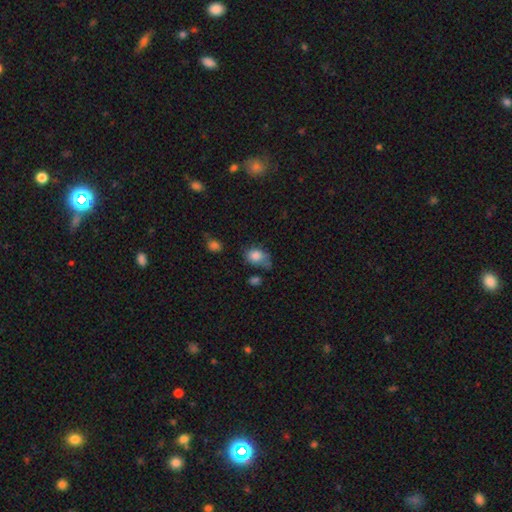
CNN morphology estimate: Overall: smooth (81%). How rounded: in between (62%; round 37%). Merging: none (38%; minor disturbance 35%).